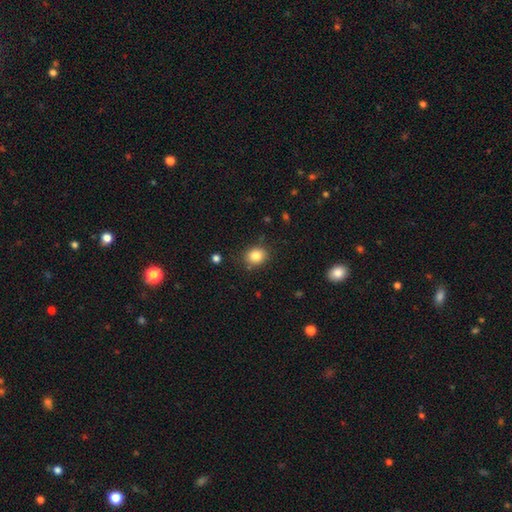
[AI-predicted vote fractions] Smooth or featured?
  - smooth: 83% *
  - star or artifact: 11%
  - featured or disk: 6%
How rounded?
  - round: 65% *
  - in between: 35%
  - cigar-shaped: 1%
Merging?
  - none: 84% *
  - minor disturbance: 11%
  - major disturbance: 3%
  - merger: 2%